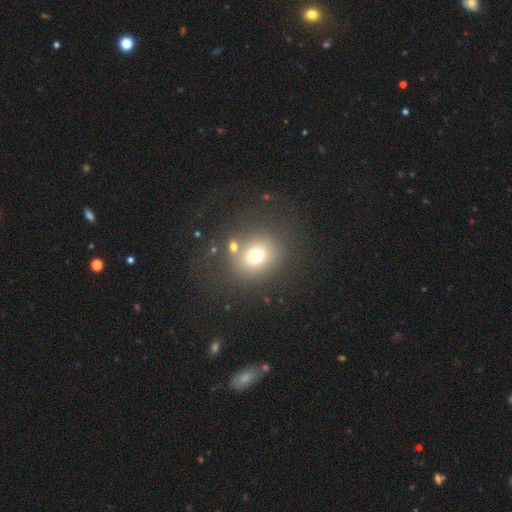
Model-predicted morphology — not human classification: This is likely a smooth galaxy (69%). How rounded: likely round (78%). Merging: likely none (72%).